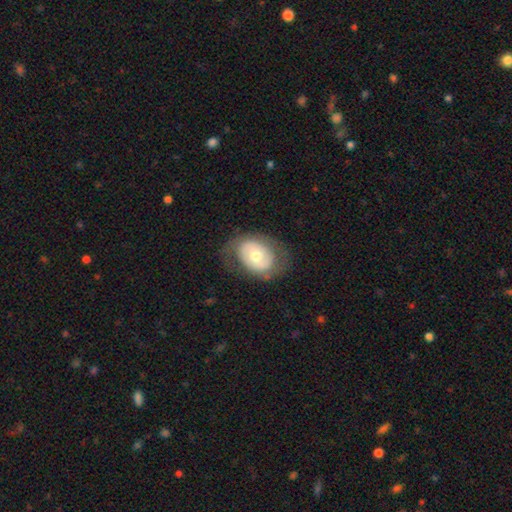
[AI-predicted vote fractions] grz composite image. It shows a smooth galaxy with no disk features (48%). Merging: none (70%).